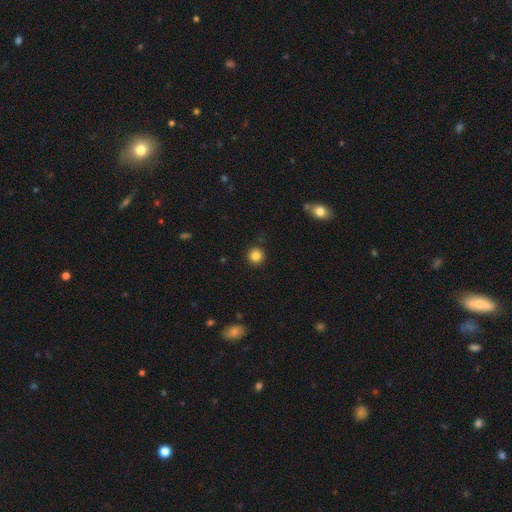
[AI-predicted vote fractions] This appears to be a smooth galaxy with no disk features (84%) that is round (95%). Merging: none (91%).